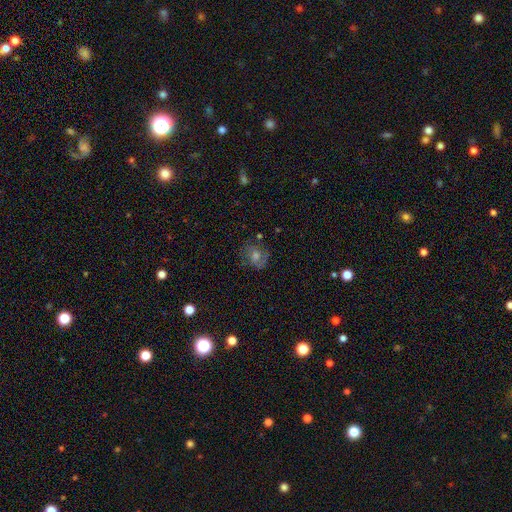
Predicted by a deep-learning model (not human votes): A featured or disk galaxy (48%).

Vote fractions:
- Smooth or featured? featured or disk: 48% / smooth: 31% / star or artifact: 21%
- Merging? none: 74% / minor disturbance: 16% / major disturbance: 8% / merger: 2%